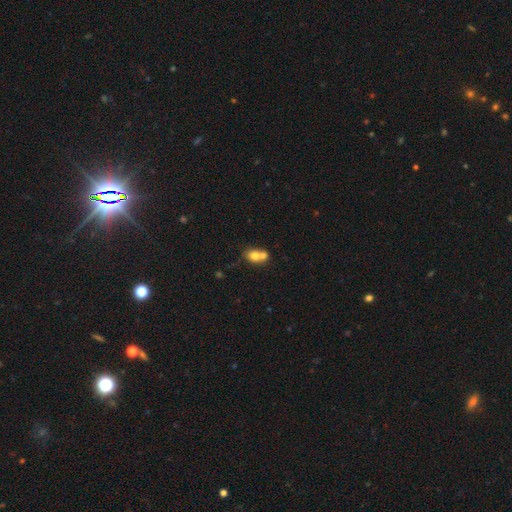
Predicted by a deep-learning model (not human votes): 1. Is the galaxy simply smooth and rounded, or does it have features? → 72% smooth, 18% featured or disk, 10% star or artifact.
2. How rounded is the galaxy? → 51% round, 47% in between, 2% cigar-shaped.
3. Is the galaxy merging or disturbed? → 64% merger, 25% none, 7% minor disturbance, 3% major disturbance.